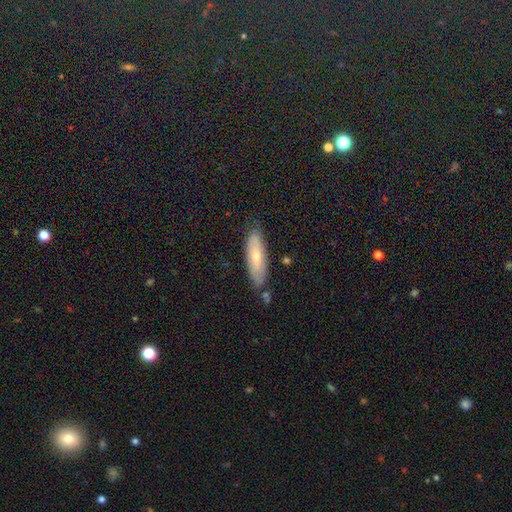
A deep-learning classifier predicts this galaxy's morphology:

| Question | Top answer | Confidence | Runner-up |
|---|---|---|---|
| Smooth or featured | smooth | 41% | star or artifact (40%) |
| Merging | none | 85% | minor disturbance (10%) |